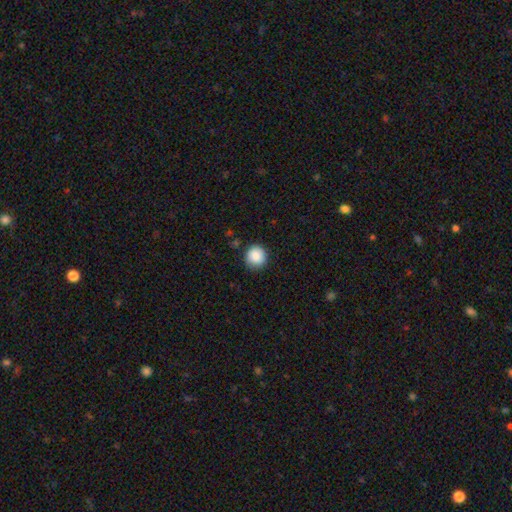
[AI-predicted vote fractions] smooth 88%, star or artifact 8%, featured or disk 4%. Down the decision tree: how rounded — round (91%); merging — none (86%).